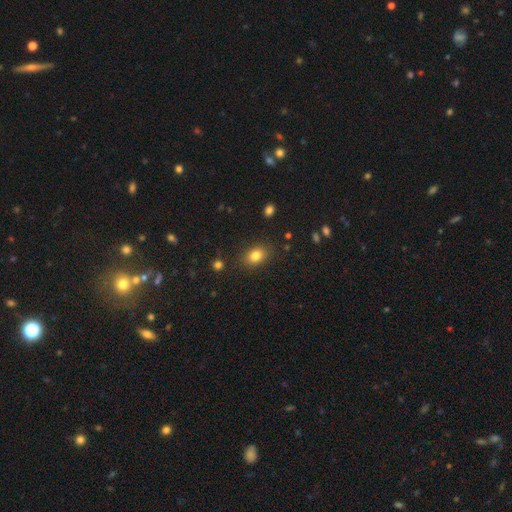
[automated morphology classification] Smooth or featured? smooth (82%)
How rounded? in between (71%)
Merging? none (85%)